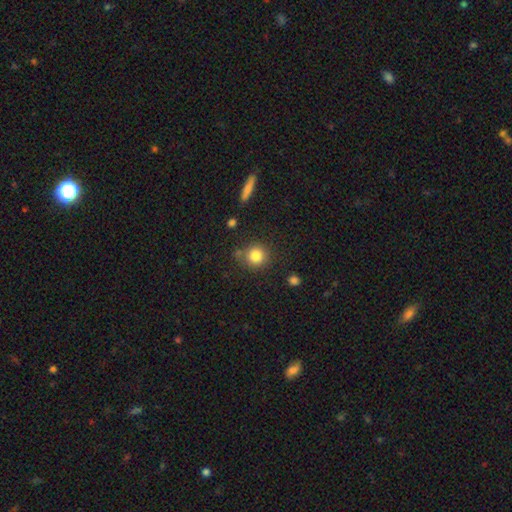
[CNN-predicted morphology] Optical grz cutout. It shows a smooth galaxy with no disk features (83%) that is round (91%). Merging: none (80%).